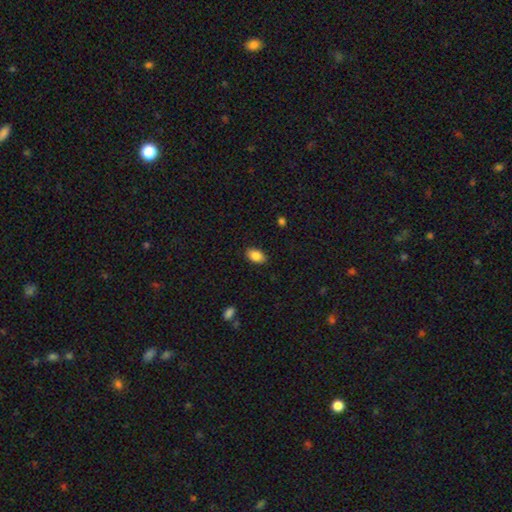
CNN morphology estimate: smooth-or-featured: smooth: 87% | star or artifact: 8% | featured or disk: 6%
  how-rounded: in between: 90% | round: 8% | cigar-shaped: 1%
  merging: none: 86% | minor disturbance: 10% | major disturbance: 2% | merger: 1%